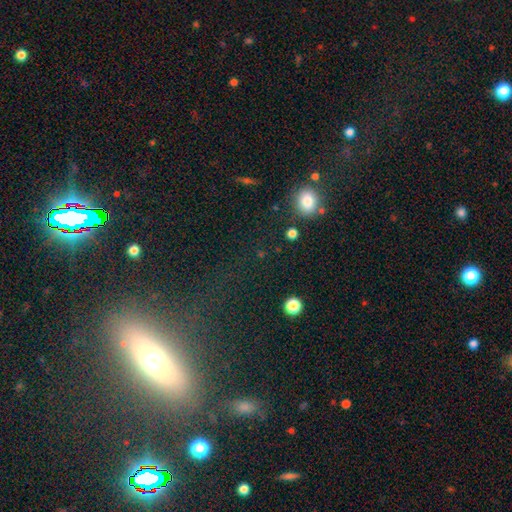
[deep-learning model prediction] Overall: smooth (36%; star or artifact 35%). Merging: none (68%).